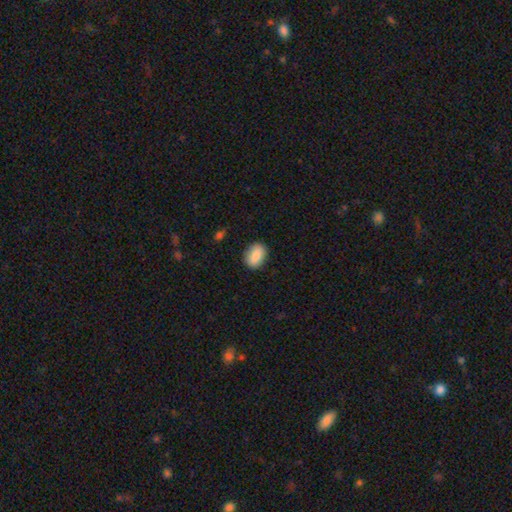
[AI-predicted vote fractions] smooth_or_featured: smooth (p=0.85) [alt: featured or disk p=0.08]
how_rounded: in between (p=0.76) [alt: round p=0.23]
merging: none (p=0.86) [alt: minor disturbance p=0.11]